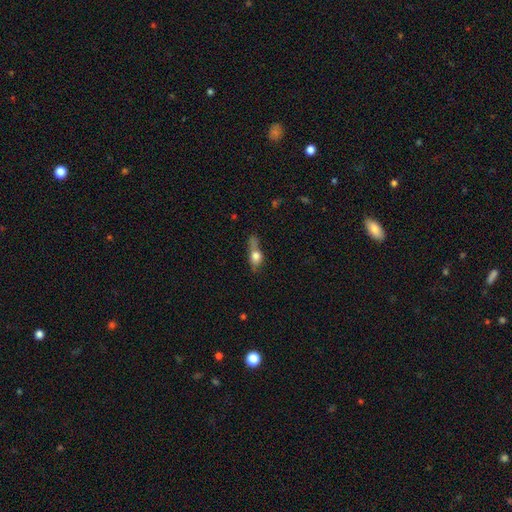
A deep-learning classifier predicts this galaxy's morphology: smooth-or-featured: smooth: 68% | featured or disk: 22% | star or artifact: 10%
  how-rounded: in between: 57% | cigar-shaped: 22% | round: 21%
  merging: none: 34% | minor disturbance: 28% | major disturbance: 22% | merger: 16%